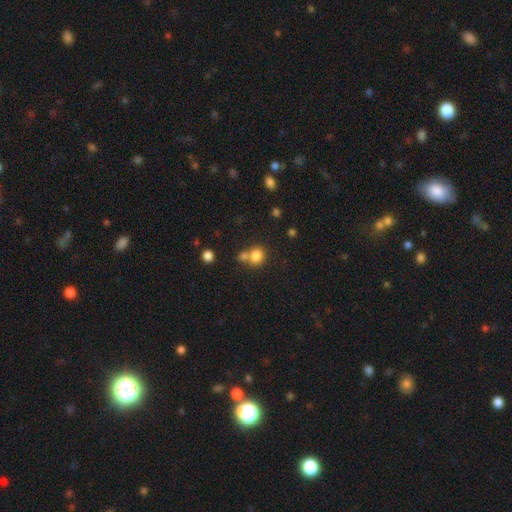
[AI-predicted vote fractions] The model was most divided on "merging": none: 49%, merger: 39%, minor disturbance: 9%, major disturbance: 3%. More confident: smooth or featured — smooth (81%); how rounded — round (78%).